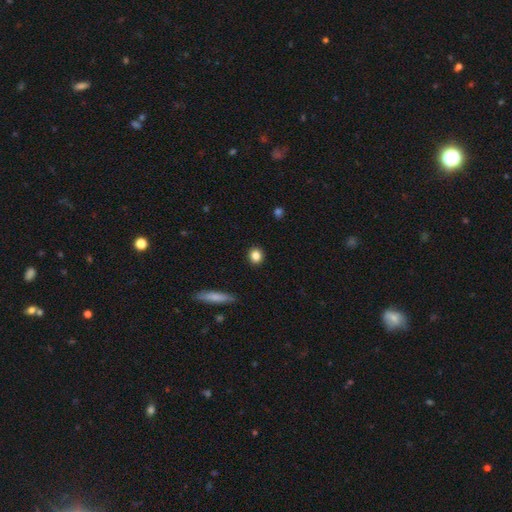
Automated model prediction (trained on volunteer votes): Morphology: type=smooth (85%); roundness=round (81%); merging=none (91%).